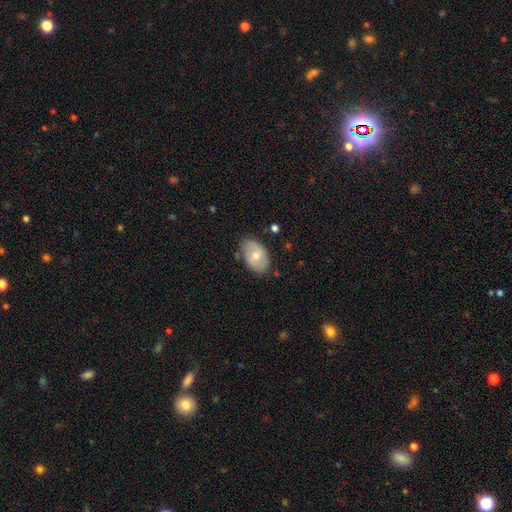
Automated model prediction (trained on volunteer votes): smooth-or-featured: smooth: 63% | featured or disk: 30% | star or artifact: 7%
  how-rounded: in between: 88% | round: 11% | cigar-shaped: 1%
  merging: none: 73% | minor disturbance: 21% | major disturbance: 4% | merger: 2%